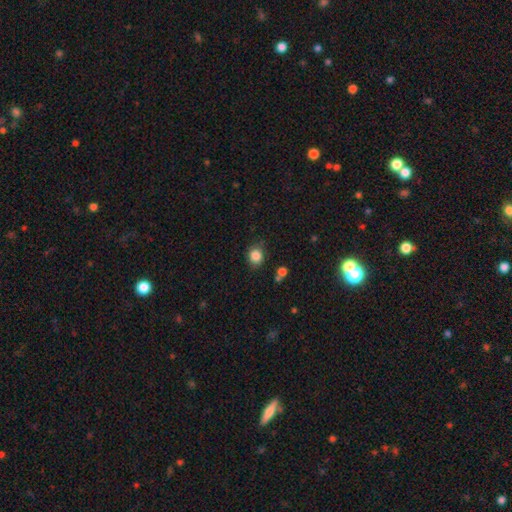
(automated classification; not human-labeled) The model was most divided on "how rounded": round: 74%, in between: 25%, cigar-shaped: 1%. More confident: smooth or featured — smooth (85%); merging — none (81%).